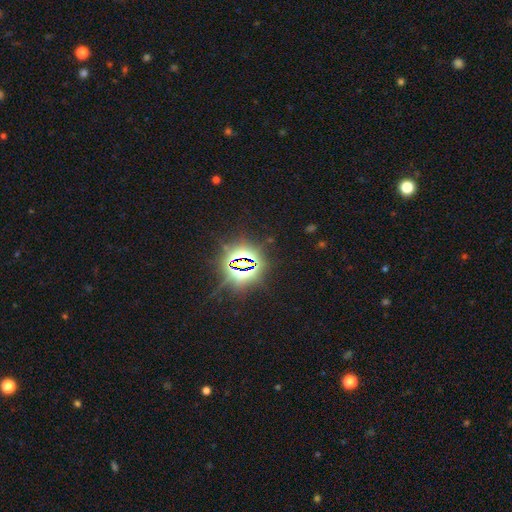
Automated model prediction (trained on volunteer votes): Q: Smooth or featured?
A: star or artifact (83%); runner-up: smooth (9%)